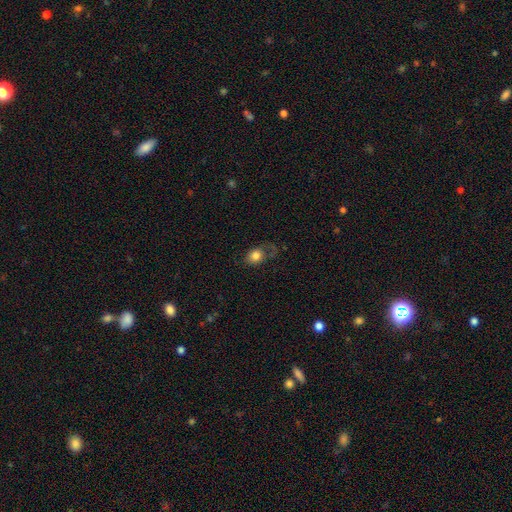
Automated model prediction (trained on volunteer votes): smooth 77%, featured or disk 14%, star or artifact 9%. Down the decision tree: how rounded — in between (58%); merging — none (45%).